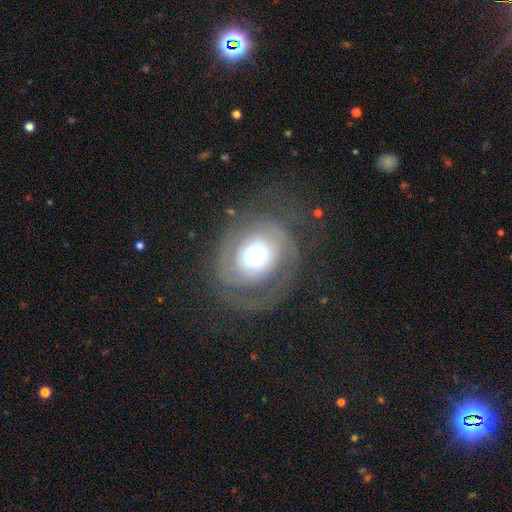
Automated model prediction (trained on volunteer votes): Smooth or featured?
  - featured or disk: 61% *
  - smooth: 31%
  - star or artifact: 8%
Edge-on disk?
  - no: 96% *
  - yes: 4%
Bar?
  - no: 85% *
  - weak: 11%
  - strong: 4%
Spiral arms?
  - yes: 56% *
  - no: 44%
Bulge size?
  - small: 32% *
  - large: 27%
  - moderate: 25%
  - dominant: 13%
  - none: 2%
Merging?
  - none: 57% *
  - major disturbance: 23%
  - minor disturbance: 18%
  - merger: 2%